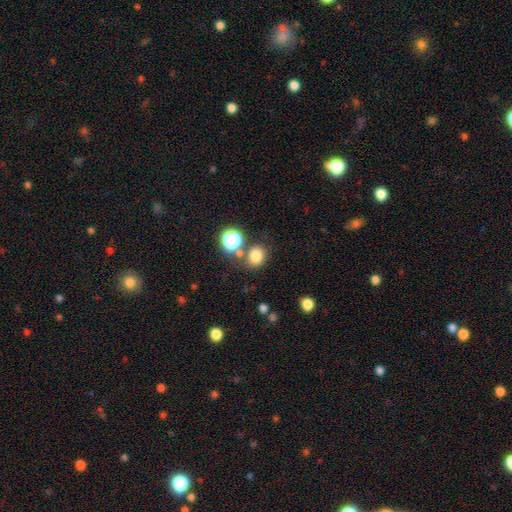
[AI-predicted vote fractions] This appears to be a smooth galaxy with no disk features (77%) that is round (64%). Merging: none (69%).